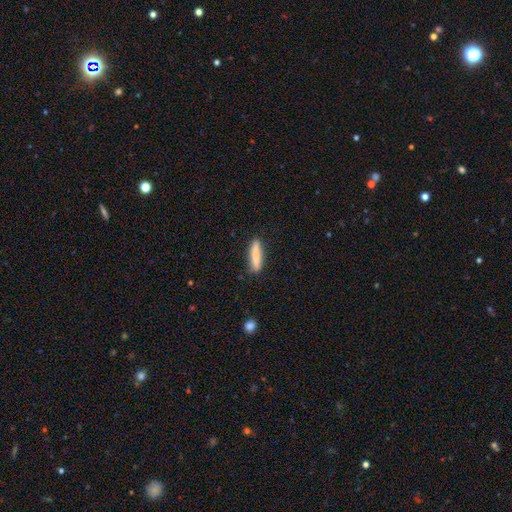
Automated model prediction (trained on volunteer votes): Q: Smooth or featured?
A: smooth (82%); runner-up: featured or disk (12%)
Q: How rounded?
A: cigar-shaped (85%); runner-up: in between (14%)
Q: Merging?
A: none (86%); runner-up: minor disturbance (11%)